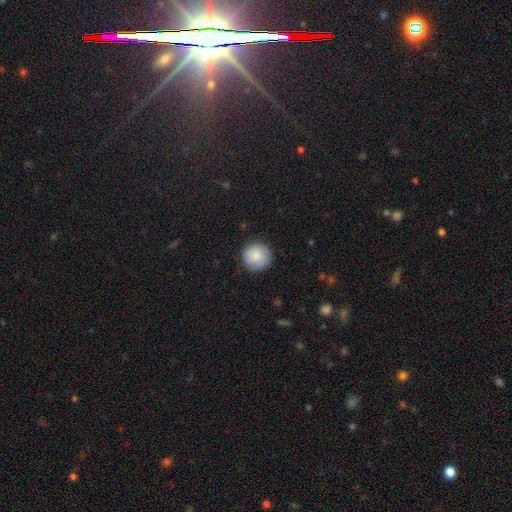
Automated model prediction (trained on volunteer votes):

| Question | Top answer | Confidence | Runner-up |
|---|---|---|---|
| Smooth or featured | smooth | 84% | featured or disk (9%) |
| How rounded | round | 95% | in between (4%) |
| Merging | none | 87% | minor disturbance (10%) |